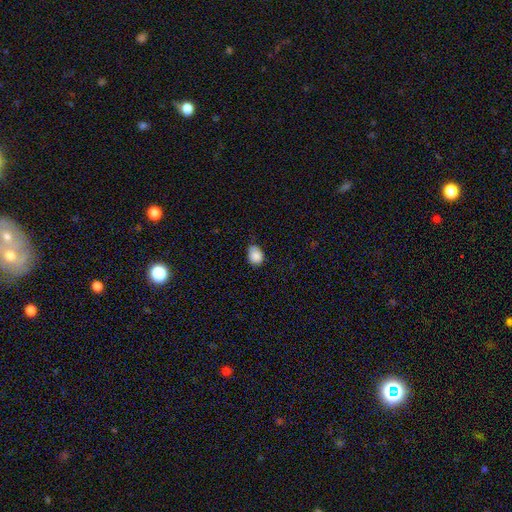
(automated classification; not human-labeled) Morphology: type=smooth (88%); roundness=in between (64%); merging=none (65%).